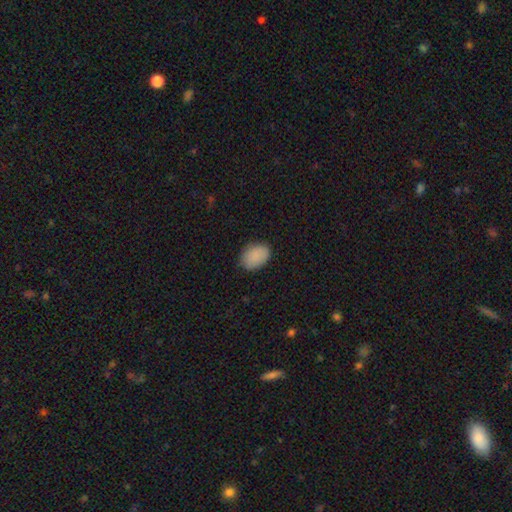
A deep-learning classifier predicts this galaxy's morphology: A smooth galaxy with no disk features (88%) that is in between round and cigar-shaped (78%). Merging: none (81%).